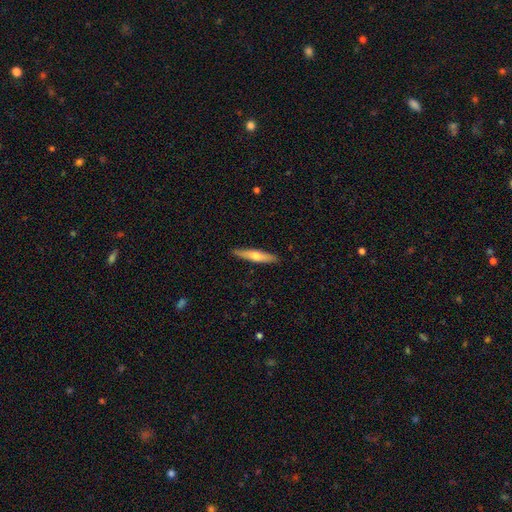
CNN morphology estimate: smooth 55%, featured or disk 39%, star or artifact 5%. Down the decision tree: how rounded — cigar-shaped (87%); merging — none (90%).